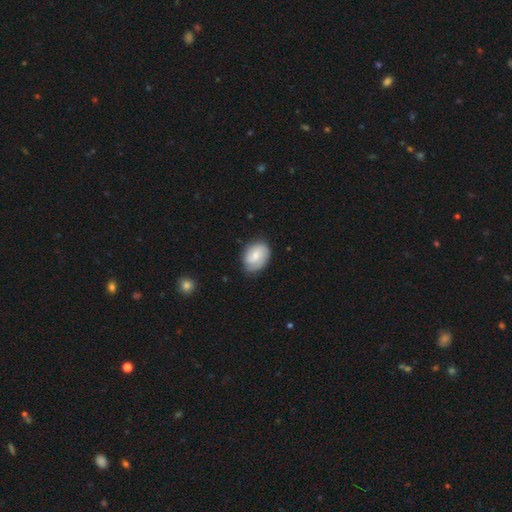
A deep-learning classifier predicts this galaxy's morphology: smooth-or-featured: smooth: 55% | featured or disk: 39% | star or artifact: 7%
  how-rounded: in between: 69% | round: 30% | cigar-shaped: 1%
  merging: none: 76% | minor disturbance: 18% | major disturbance: 4% | merger: 1%